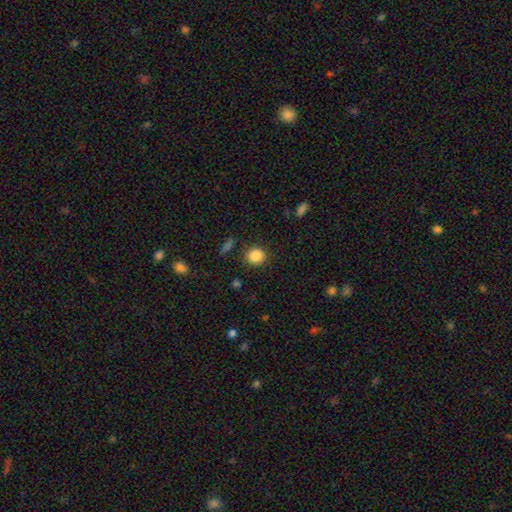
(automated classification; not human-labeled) Morphology: type=smooth (87%); roundness=round (84%); merging=none (88%).